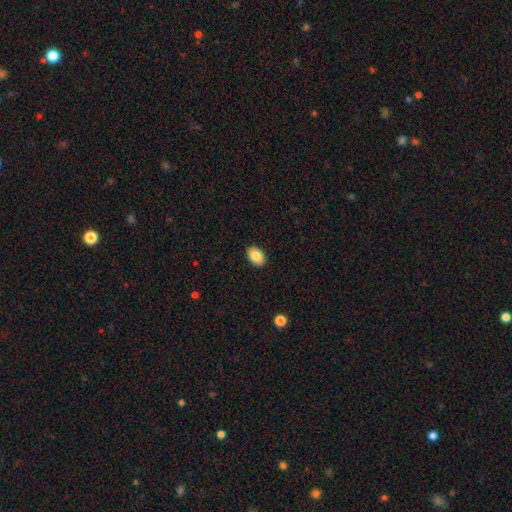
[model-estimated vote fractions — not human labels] The model was most divided on "how rounded": in between: 88%, round: 11%, cigar-shaped: 1%. More confident: merging — none (90%); smooth or featured — smooth (86%).